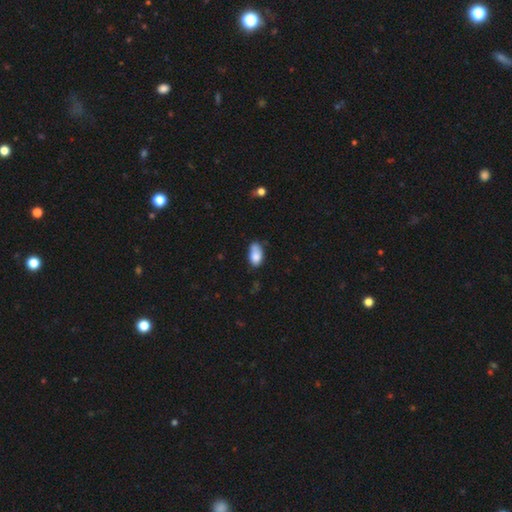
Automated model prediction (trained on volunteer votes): smooth 82%, featured or disk 10%, star or artifact 8%. Down the decision tree: how rounded — in between (91%); merging — none (47%).